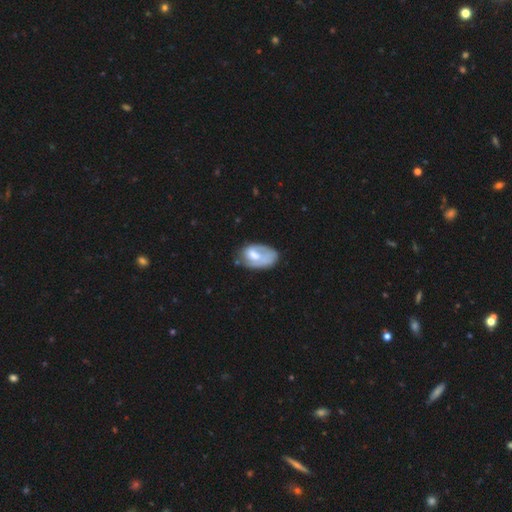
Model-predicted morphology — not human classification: Smooth or featured? Predicted: smooth (p=0.52). How rounded? Predicted: in between (p=0.90). Merging? Predicted: none (p=0.43).